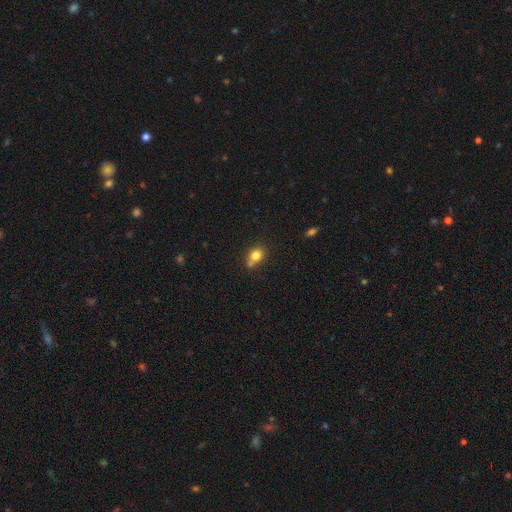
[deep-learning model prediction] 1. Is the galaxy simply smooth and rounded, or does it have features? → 79% smooth, 11% star or artifact, 10% featured or disk.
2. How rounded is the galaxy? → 63% round, 35% in between, 1% cigar-shaped.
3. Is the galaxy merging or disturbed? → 51% none, 31% merger, 14% minor disturbance, 4% major disturbance.